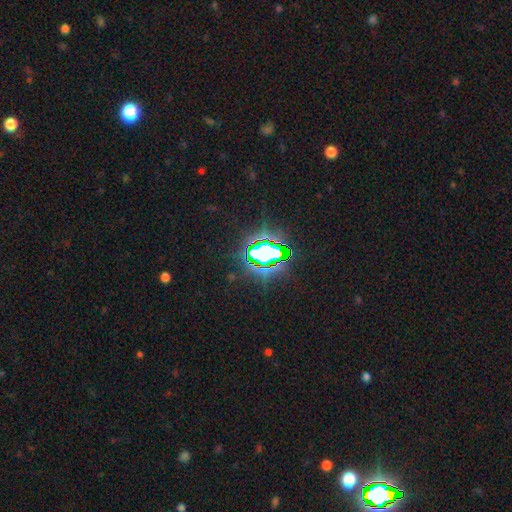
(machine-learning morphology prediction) This appears to be a star or artifact, not a galaxy (79%).